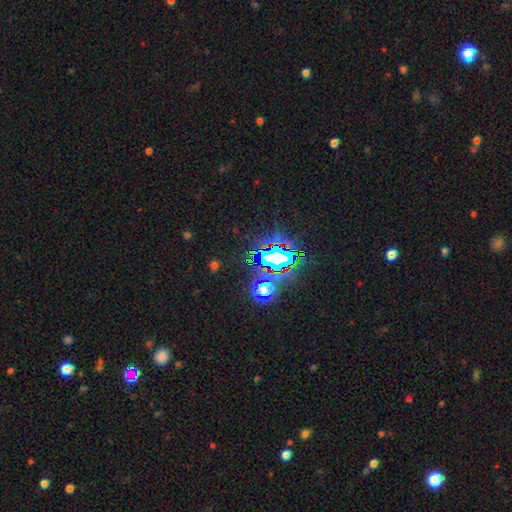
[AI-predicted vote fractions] Smooth or featured?
  - star or artifact: 76% *
  - smooth: 14%
  - featured or disk: 10%